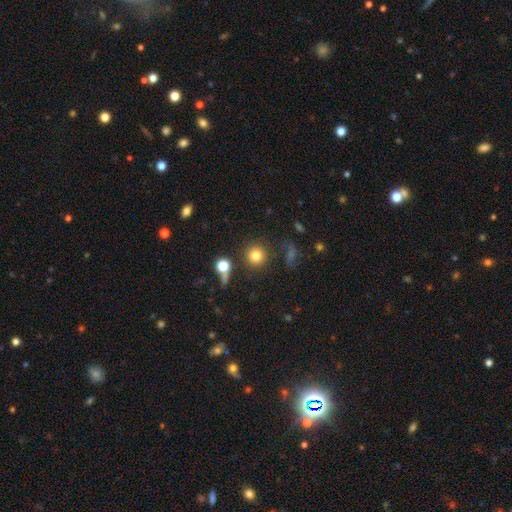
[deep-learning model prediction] Morphology: type=smooth (79%); roundness=round (93%); merging=none (82%).